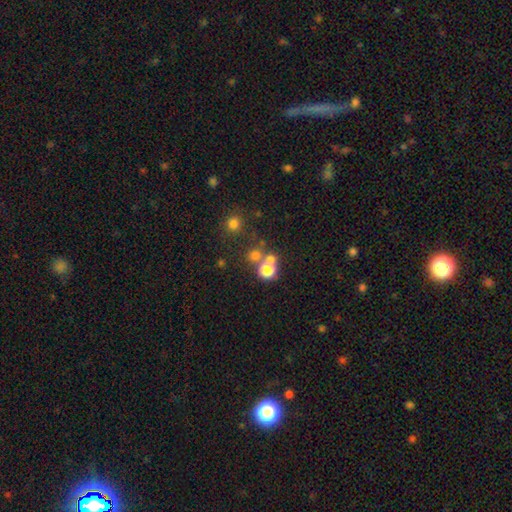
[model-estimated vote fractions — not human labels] Morphology: type=smooth (63%); roundness=round (85%); merging=none (56%).